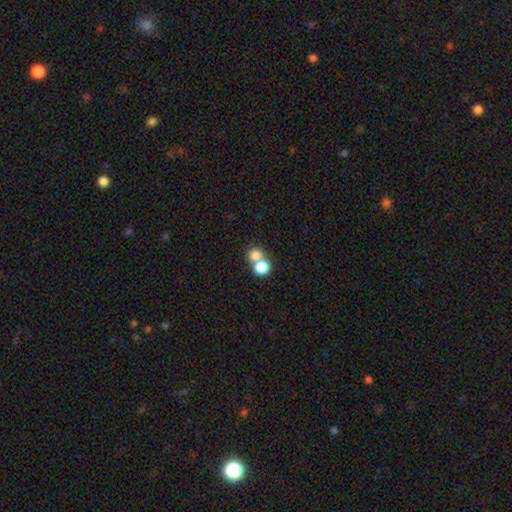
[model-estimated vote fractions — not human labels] Smooth or featured? smooth (78%)
How rounded? round (79%)
Merging? merger (51%)